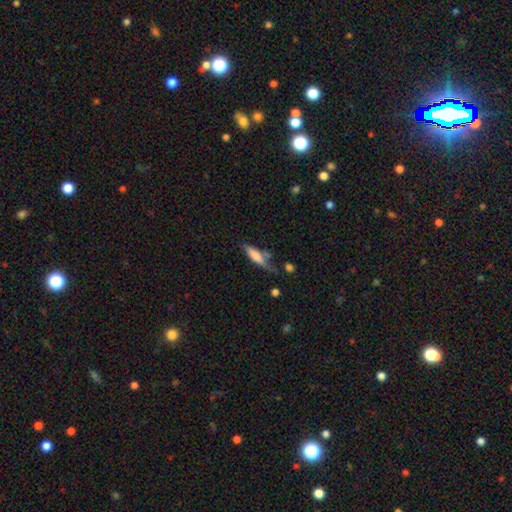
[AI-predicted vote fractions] Smooth or featured? smooth (66%)
How rounded? cigar-shaped (69%)
Merging? none (44%)